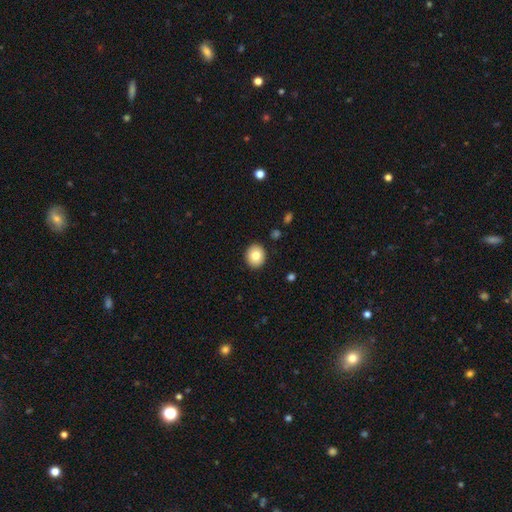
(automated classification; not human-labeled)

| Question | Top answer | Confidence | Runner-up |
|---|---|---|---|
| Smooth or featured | smooth | 80% | featured or disk (12%) |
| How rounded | round | 72% | in between (27%) |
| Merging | none | 91% | minor disturbance (6%) |